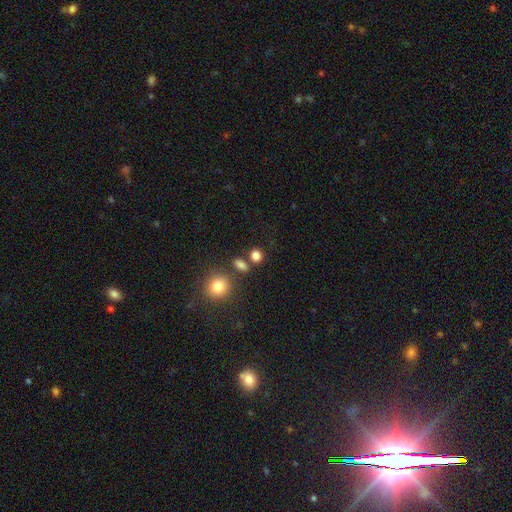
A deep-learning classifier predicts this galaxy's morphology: smooth 83%, star or artifact 13%, featured or disk 5%. Down the decision tree: how rounded — round (61%); merging — none (72%).